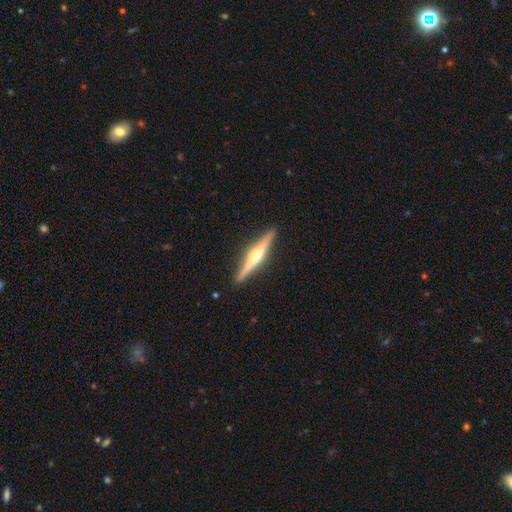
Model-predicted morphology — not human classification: featured or disk 77%, smooth 18%, star or artifact 5%. Down the decision tree: edge-on disk — yes (98%); edge-on bulge — rounded (90%); merging — none (92%).